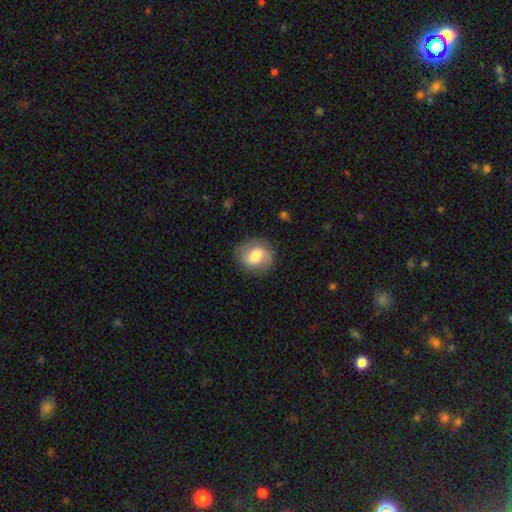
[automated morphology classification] This is likely a smooth galaxy (64%). How rounded: likely round (76%). Merging: clearly none (84%).